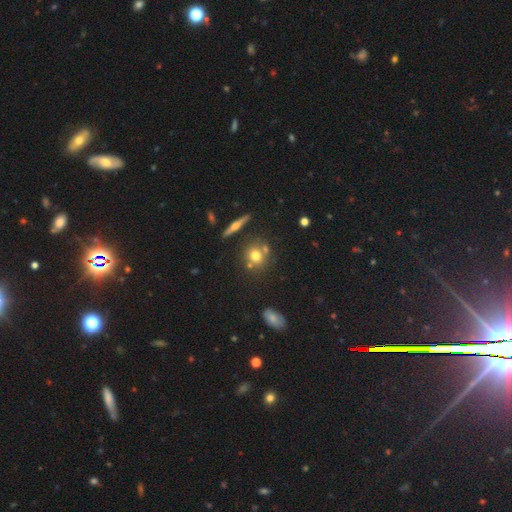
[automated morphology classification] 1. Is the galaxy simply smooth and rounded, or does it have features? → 67% smooth, 19% featured or disk, 14% star or artifact.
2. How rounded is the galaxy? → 82% round, 16% in between, 3% cigar-shaped.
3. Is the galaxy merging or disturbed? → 68% none, 17% merger, 11% minor disturbance, 4% major disturbance.